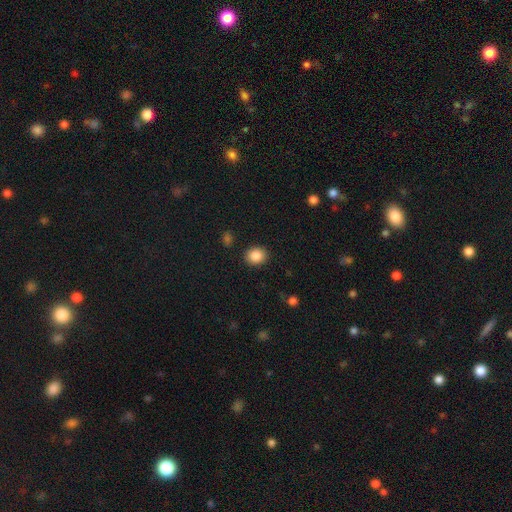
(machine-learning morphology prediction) Smooth or featured?
  - smooth: 87% *
  - star or artifact: 9%
  - featured or disk: 4%
How rounded?
  - round: 66% *
  - in between: 33%
  - cigar-shaped: 1%
Merging?
  - none: 89% *
  - minor disturbance: 7%
  - major disturbance: 2%
  - merger: 1%